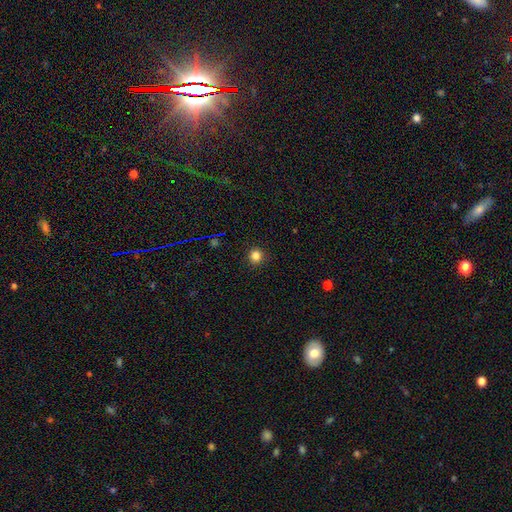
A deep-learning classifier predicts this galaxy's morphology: Smooth or featured?
  - smooth: 83% *
  - star or artifact: 13%
  - featured or disk: 4%
How rounded?
  - round: 89% *
  - in between: 10%
  - cigar-shaped: 1%
Merging?
  - none: 91% *
  - minor disturbance: 6%
  - major disturbance: 2%
  - merger: 1%